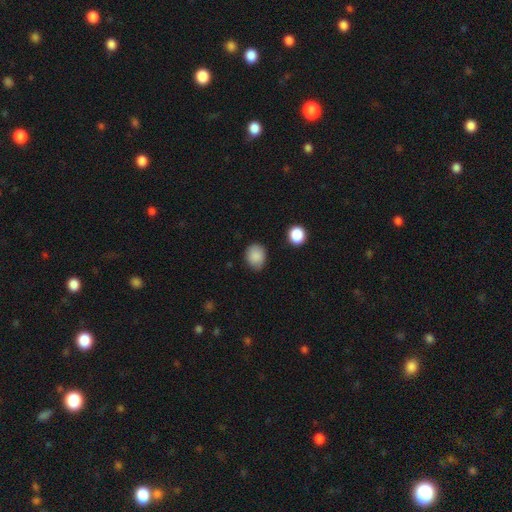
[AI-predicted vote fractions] The model was most divided on "how rounded": round: 53%, in between: 46%, cigar-shaped: 1%. More confident: smooth or featured — smooth (87%); merging — none (76%).